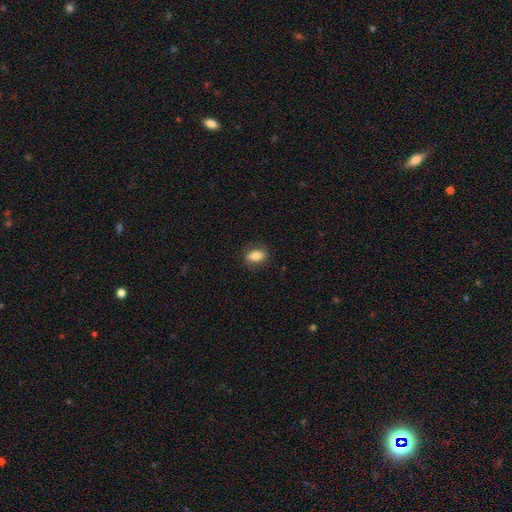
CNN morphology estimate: smooth-or-featured: smooth: 79% | featured or disk: 13% | star or artifact: 8%
  how-rounded: in between: 80% | round: 17% | cigar-shaped: 3%
  merging: none: 82% | minor disturbance: 13% | major disturbance: 4% | merger: 1%